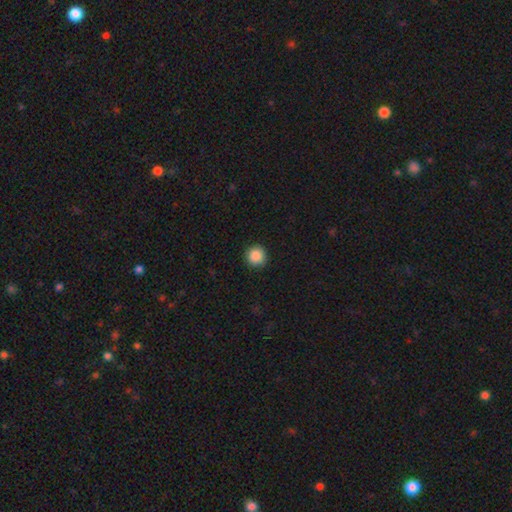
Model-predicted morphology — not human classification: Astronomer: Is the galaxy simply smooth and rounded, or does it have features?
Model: smooth — 88%.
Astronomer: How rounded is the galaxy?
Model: round — 95%.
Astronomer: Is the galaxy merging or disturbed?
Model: none — 92%.